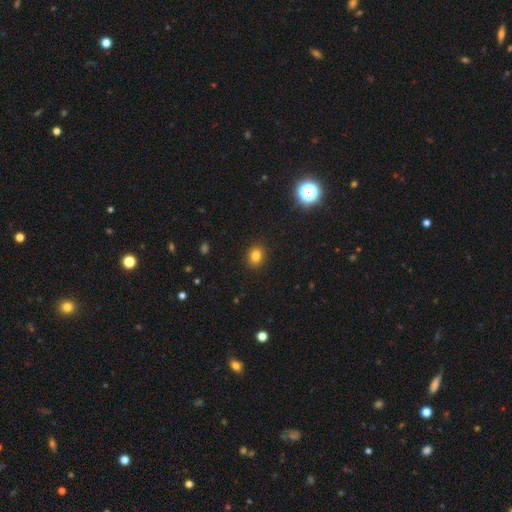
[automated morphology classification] smooth-or-featured: smooth: 80% | star or artifact: 13% | featured or disk: 7%
  how-rounded: round: 57% | in between: 42% | cigar-shaped: 1%
  merging: none: 90% | minor disturbance: 7% | major disturbance: 2% | merger: 1%